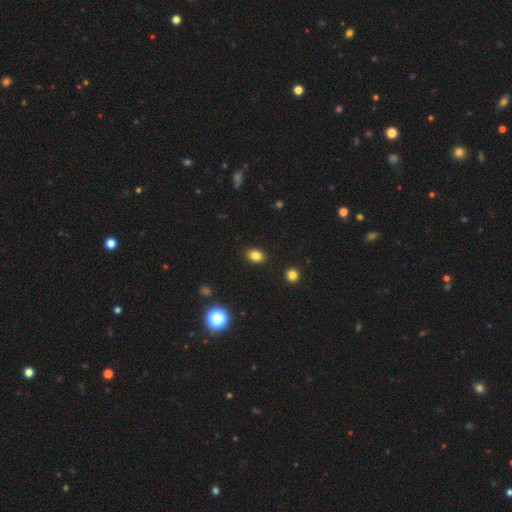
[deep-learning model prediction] Q: Smooth or featured?
A: smooth (82%); runner-up: star or artifact (12%)
Q: How rounded?
A: in between (65%); runner-up: round (33%)
Q: Merging?
A: none (89%); runner-up: minor disturbance (7%)